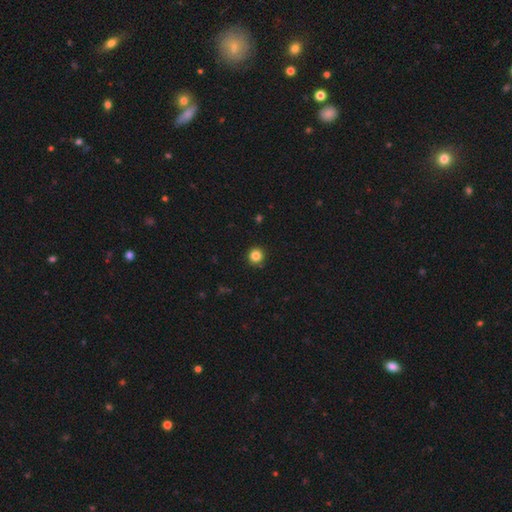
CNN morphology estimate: Smooth or featured? Predicted: smooth (p=0.84). How rounded? Predicted: round (p=0.95). Merging? Predicted: none (p=0.91).